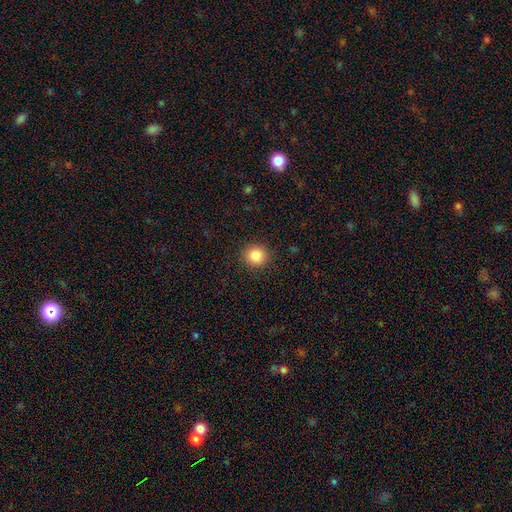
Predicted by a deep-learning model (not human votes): The model was most divided on "smooth or featured": smooth: 85%, star or artifact: 10%, featured or disk: 5%. More confident: how rounded — round (92%); merging — none (91%).